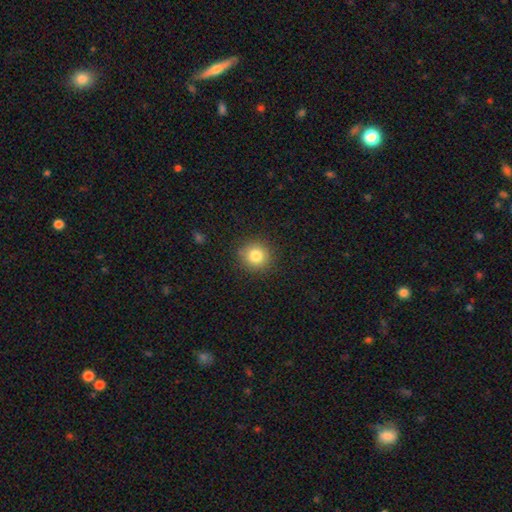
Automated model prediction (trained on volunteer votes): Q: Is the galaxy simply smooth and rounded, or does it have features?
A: smooth — 82%.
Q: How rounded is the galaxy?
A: round — 92%.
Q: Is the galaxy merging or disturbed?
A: none — 88%.